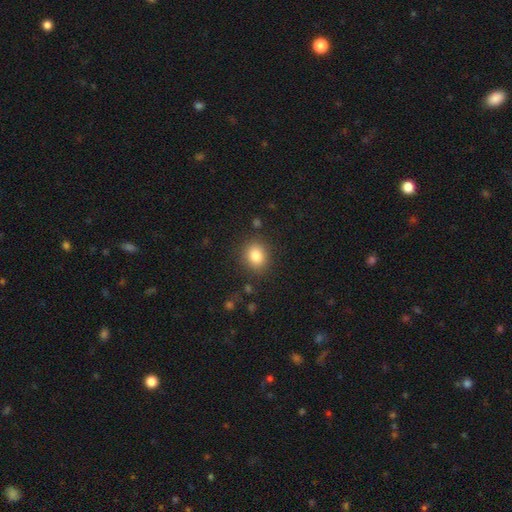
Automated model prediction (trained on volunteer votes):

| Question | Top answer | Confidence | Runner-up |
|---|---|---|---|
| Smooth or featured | smooth | 84% | star or artifact (10%) |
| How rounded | round | 63% | in between (36%) |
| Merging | none | 86% | minor disturbance (9%) |